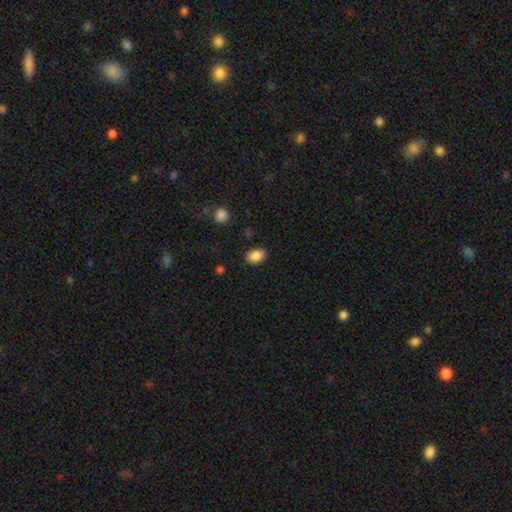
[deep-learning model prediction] smooth_or_featured: smooth (p=0.88) [alt: star or artifact p=0.08]
how_rounded: in between (p=0.77) [alt: round p=0.22]
merging: none (p=0.85) [alt: minor disturbance p=0.11]